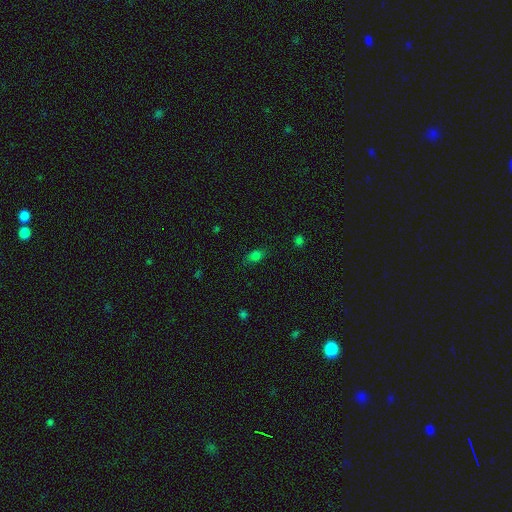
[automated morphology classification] Smooth or featured? Predicted: smooth (p=0.73). How rounded? Predicted: in between (p=0.79). Merging? Predicted: none (p=0.78).